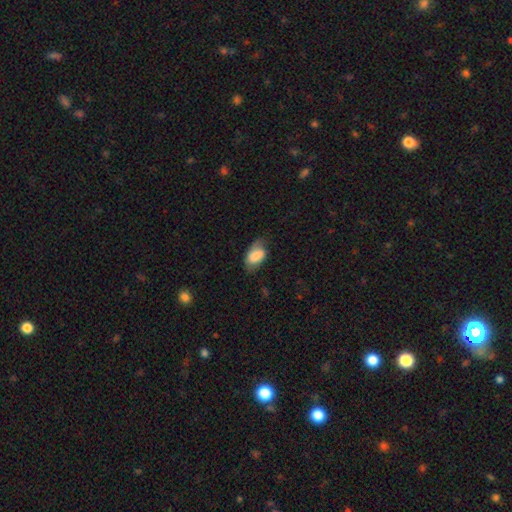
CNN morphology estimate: Smooth or featured? smooth (78%)
How rounded? in between (92%)
Merging? none (51%)